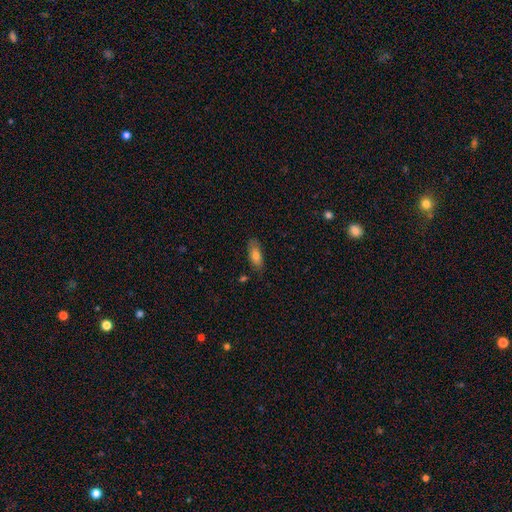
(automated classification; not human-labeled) Overall: smooth (76%). How rounded: in between (82%). Merging: none (77%).